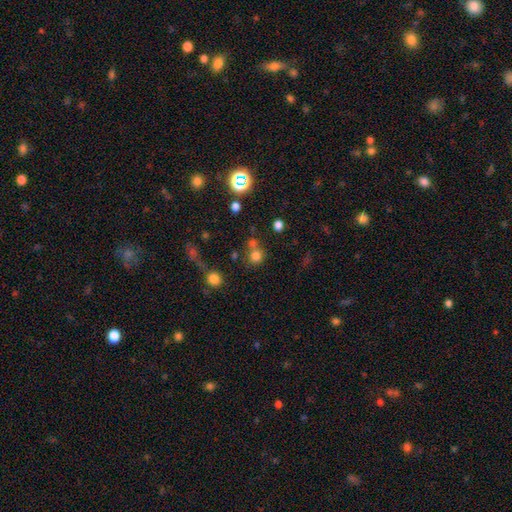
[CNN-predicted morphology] A smooth galaxy with no disk features (72%) that is round (86%).

Vote fractions:
- Smooth or featured? smooth: 72% / star or artifact: 20% / featured or disk: 8%
- How rounded? round: 86% / in between: 13% / cigar-shaped: 1%
- Merging? none: 55% / merger: 30% / minor disturbance: 9% / major disturbance: 5%